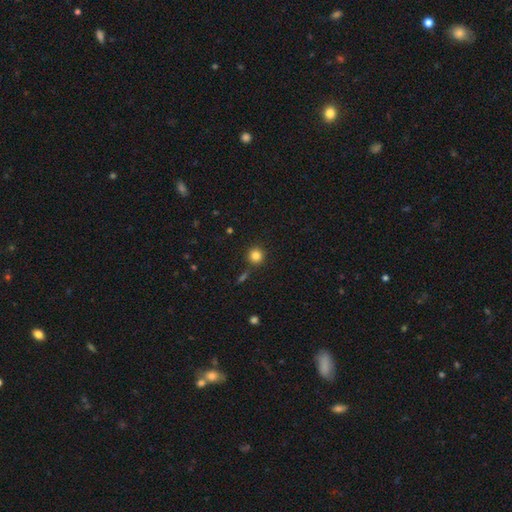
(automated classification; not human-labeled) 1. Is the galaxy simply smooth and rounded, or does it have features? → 83% smooth, 11% star or artifact, 5% featured or disk.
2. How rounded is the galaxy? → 94% round, 5% in between, 1% cigar-shaped.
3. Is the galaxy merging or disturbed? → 86% none, 7% minor disturbance, 4% merger, 2% major disturbance.